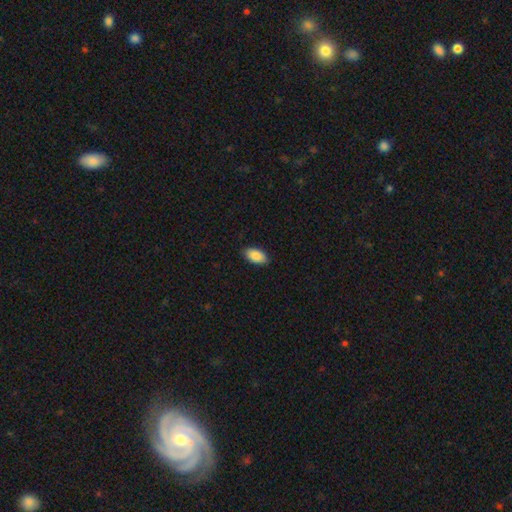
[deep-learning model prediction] Smooth or featured?
  - smooth: 89% *
  - star or artifact: 6%
  - featured or disk: 5%
How rounded?
  - in between: 95% *
  - round: 3%
  - cigar-shaped: 3%
Merging?
  - none: 87% *
  - minor disturbance: 10%
  - major disturbance: 2%
  - merger: 1%